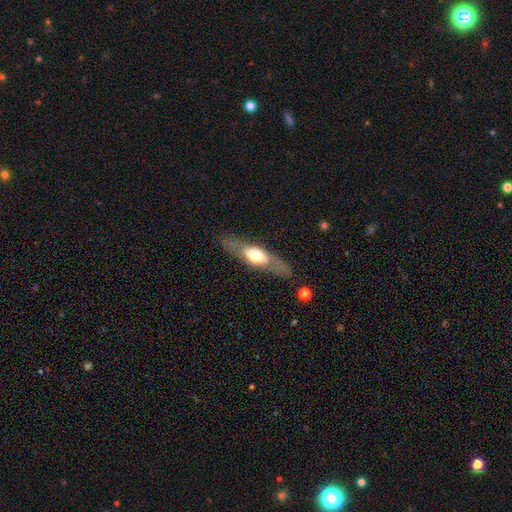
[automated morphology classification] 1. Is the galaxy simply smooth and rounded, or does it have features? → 53% featured or disk, 41% smooth, 6% star or artifact.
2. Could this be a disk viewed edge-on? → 57% yes, 43% no.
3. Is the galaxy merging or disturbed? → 81% none, 12% minor disturbance, 5% major disturbance, 2% merger.